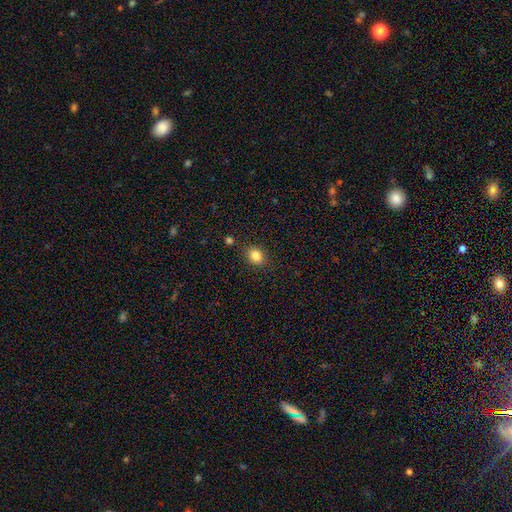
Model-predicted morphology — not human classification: Smooth or featured: smooth — 84% (star or artifact — 11%)
How rounded: round — 56% (in between — 43%)
Merging: none — 85% (minor disturbance — 9%)